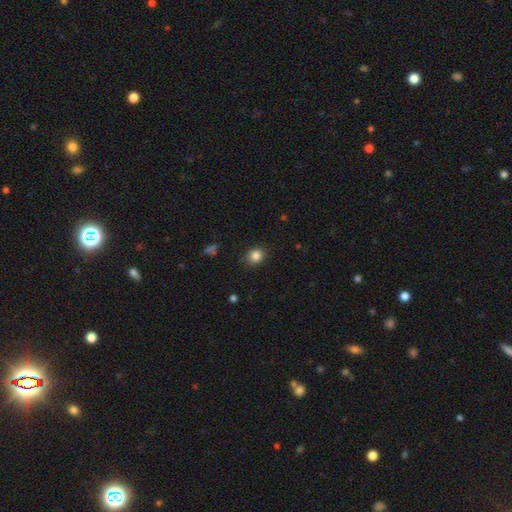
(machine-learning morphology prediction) The model was most divided on "how rounded": round: 70%, in between: 29%, cigar-shaped: 1%. More confident: smooth or featured — smooth (84%); merging — none (84%).